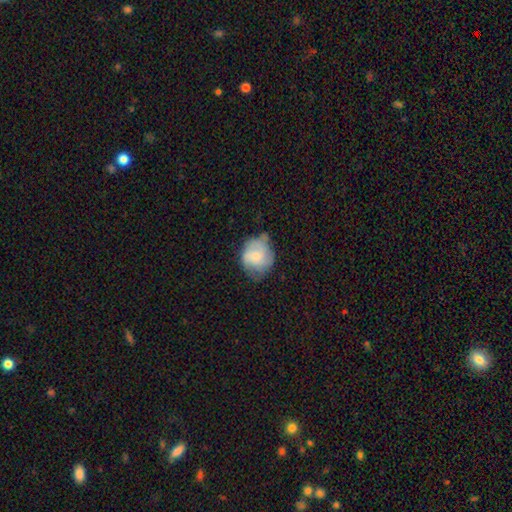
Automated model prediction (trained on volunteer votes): Overall: smooth (50%; featured or disk 42%). How rounded: round (69%; in between 30%). Merging: none (45%; minor disturbance 36%).